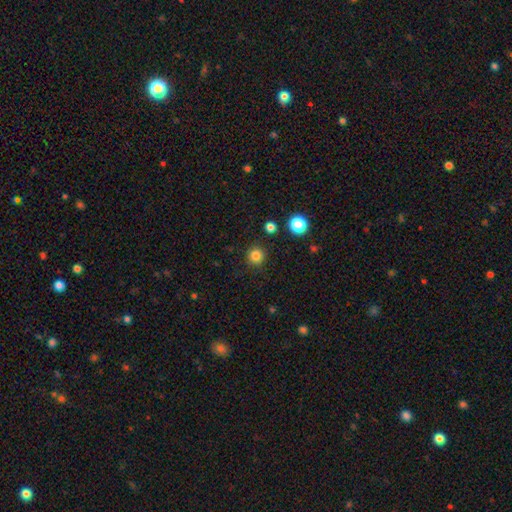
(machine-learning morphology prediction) smooth-or-featured: smooth: 83% | star or artifact: 13% | featured or disk: 4%
  how-rounded: round: 94% | in between: 5% | cigar-shaped: 1%
  merging: none: 90% | minor disturbance: 6% | major disturbance: 2% | merger: 2%